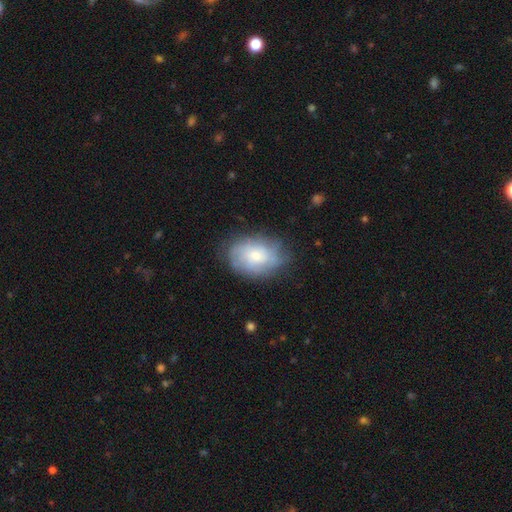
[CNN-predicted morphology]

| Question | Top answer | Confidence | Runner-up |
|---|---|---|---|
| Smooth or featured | smooth | 51% | featured or disk (41%) |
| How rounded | in between | 74% | round (25%) |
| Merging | none | 68% | minor disturbance (22%) |